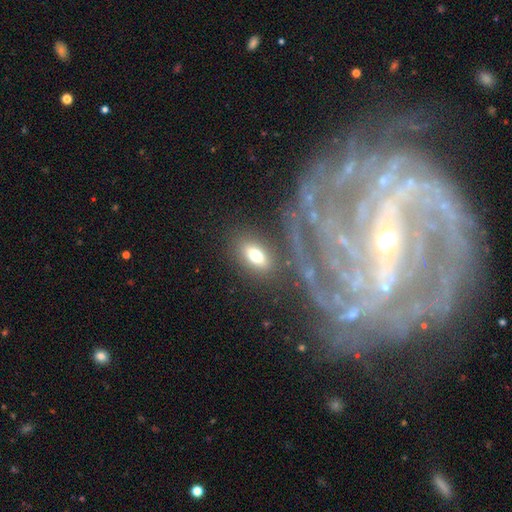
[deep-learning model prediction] Smooth or featured? smooth (69%)
How rounded? in between (83%)
Merging? none (77%)